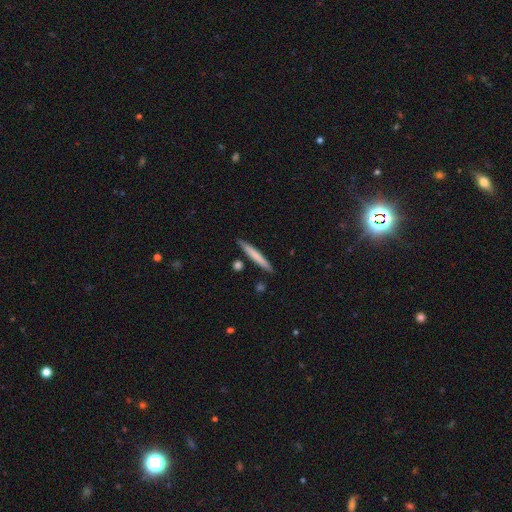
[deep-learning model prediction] This is likely a smooth galaxy (71%). How rounded: clearly cigar-shaped (96%). Merging: clearly none (87%).